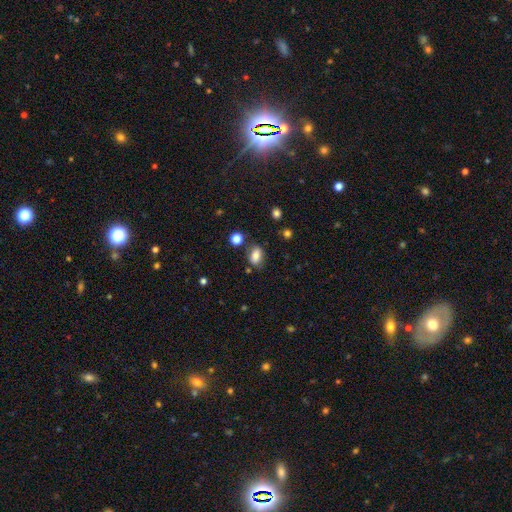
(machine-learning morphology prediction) A smooth galaxy with no disk features (79%) that is in between round and cigar-shaped (82%).

Vote fractions:
- Smooth or featured? smooth: 79% / star or artifact: 11% / featured or disk: 10%
- How rounded? in between: 82% / round: 16% / cigar-shaped: 2%
- Merging? none: 72% / minor disturbance: 17% / merger: 6% / major disturbance: 5%